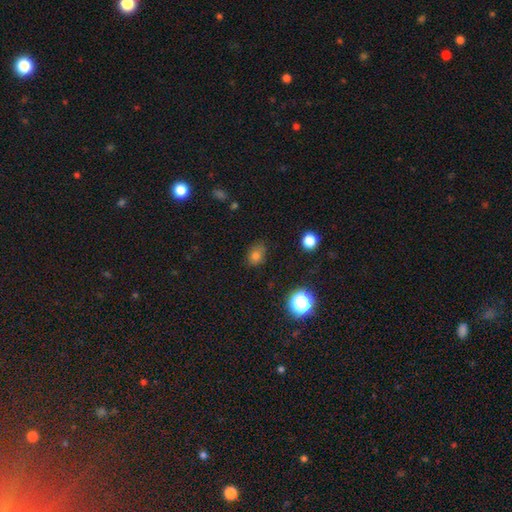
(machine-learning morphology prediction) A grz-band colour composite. It shows a smooth galaxy with no disk features (74%) that is in between round and cigar-shaped (53%). Merging: none (69%).